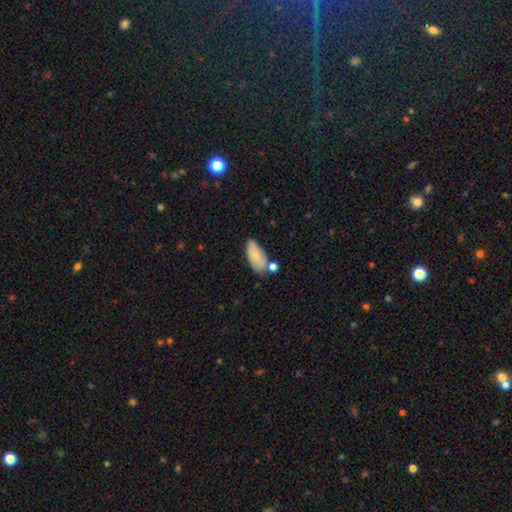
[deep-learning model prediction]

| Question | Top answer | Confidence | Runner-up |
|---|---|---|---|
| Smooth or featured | smooth | 79% | featured or disk (15%) |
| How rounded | in between | 89% | cigar-shaped (8%) |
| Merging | none | 59% | minor disturbance (21%) |